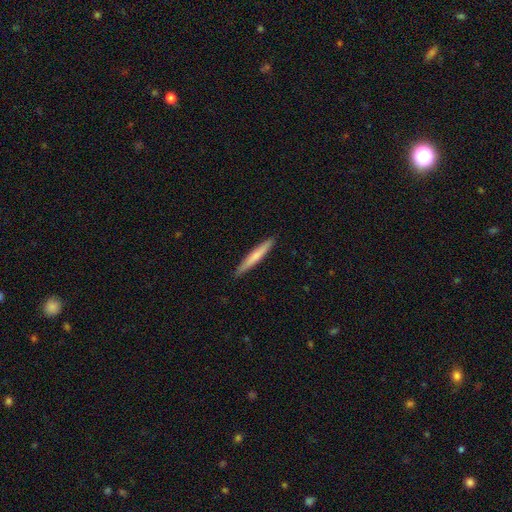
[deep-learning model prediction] smooth-or-featured: smooth: 66% | featured or disk: 29% | star or artifact: 5%
  how-rounded: cigar-shaped: 96% | in between: 3% | round: 1%
  merging: none: 90% | minor disturbance: 7% | major disturbance: 1% | merger: 1%